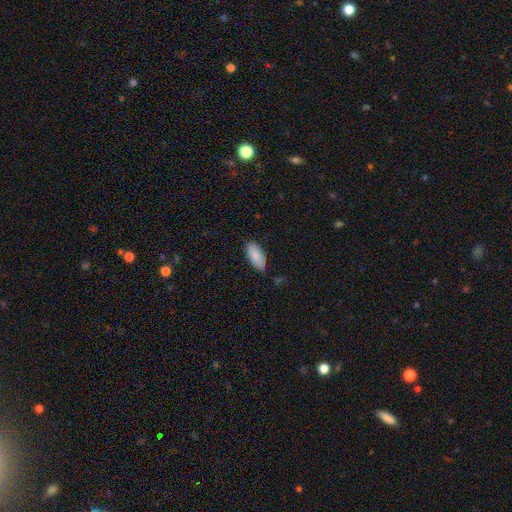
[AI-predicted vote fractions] This is clearly a smooth galaxy (87%). How rounded: clearly in between (89%). Merging: likely none (79%).